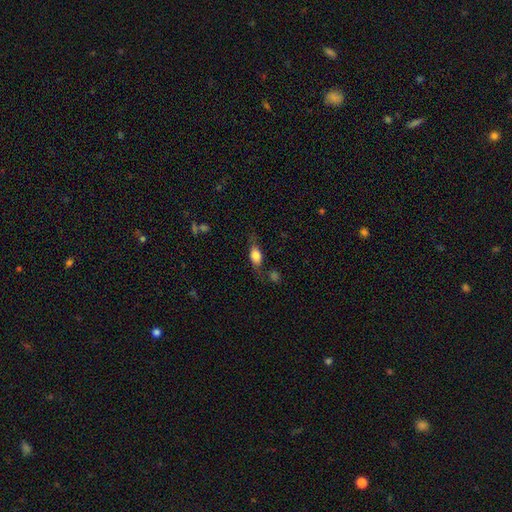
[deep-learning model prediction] Smooth or featured? smooth (71%)
How rounded? in between (78%)
Merging? none (62%)